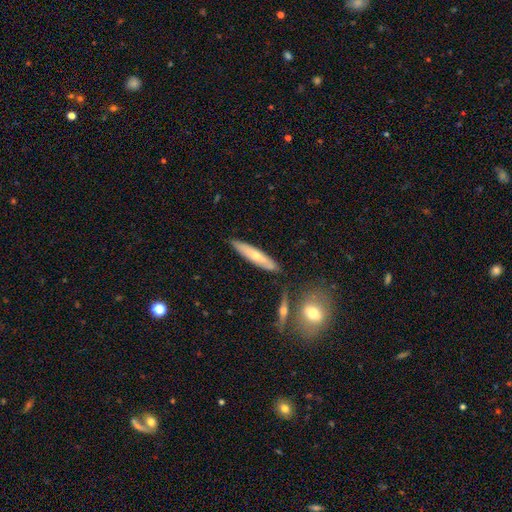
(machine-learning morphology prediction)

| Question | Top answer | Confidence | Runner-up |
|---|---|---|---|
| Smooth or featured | smooth | 52% | featured or disk (41%) |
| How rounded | cigar-shaped | 86% | in between (12%) |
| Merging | none | 83% | minor disturbance (11%) |